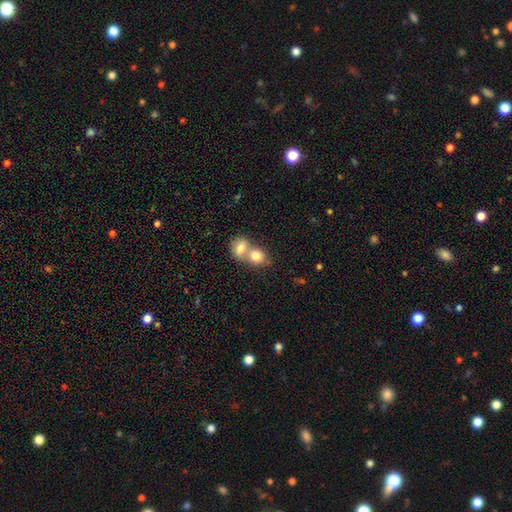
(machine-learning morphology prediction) smooth 79%, featured or disk 13%, star or artifact 8%. Down the decision tree: how rounded — round (57%); merging — merger (68%).